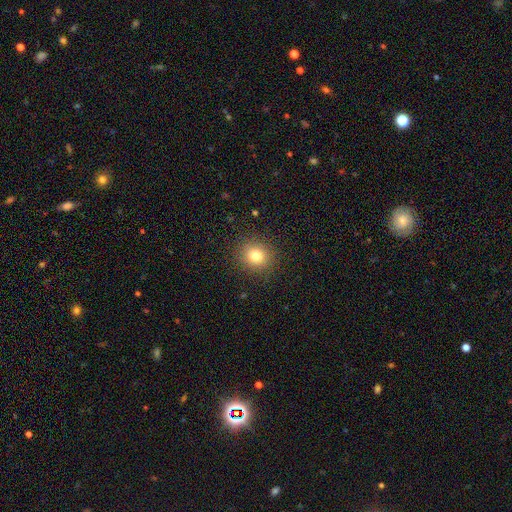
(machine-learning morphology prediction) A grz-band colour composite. It shows a smooth galaxy with no disk features (79%) that is round (83%). Merging: none (90%).